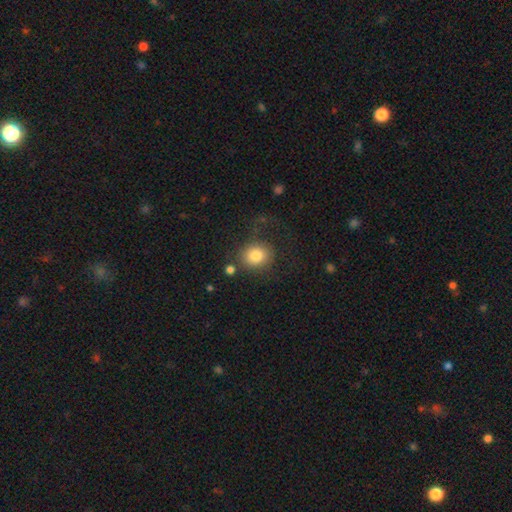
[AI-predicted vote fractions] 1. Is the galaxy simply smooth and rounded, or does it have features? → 82% smooth, 9% star or artifact, 9% featured or disk.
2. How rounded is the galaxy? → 76% round, 23% in between, 1% cigar-shaped.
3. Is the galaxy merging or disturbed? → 70% none, 14% minor disturbance, 11% major disturbance, 5% merger.